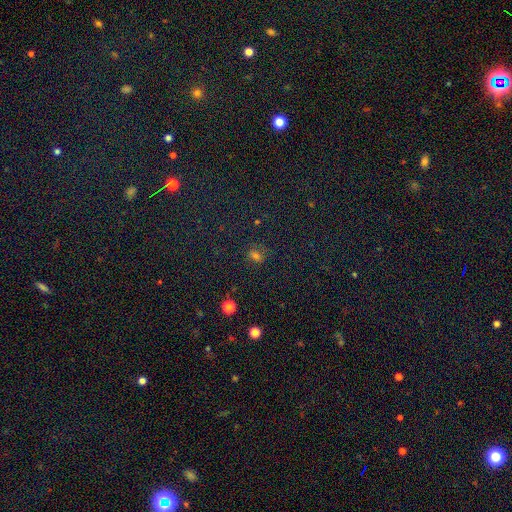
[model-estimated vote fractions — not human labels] Smooth or featured: smooth — 55% (star or artifact — 36%)
How rounded: in between — 50% (round — 47%)
Merging: none — 77% (minor disturbance — 14%)